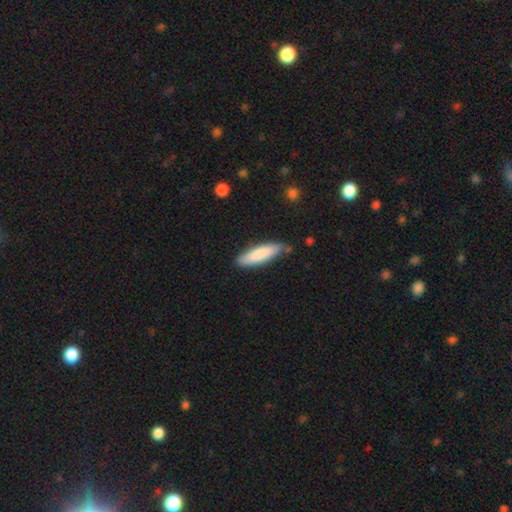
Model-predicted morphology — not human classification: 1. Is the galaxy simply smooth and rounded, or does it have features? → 81% smooth, 13% featured or disk, 6% star or artifact.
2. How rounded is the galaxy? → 68% cigar-shaped, 31% in between, 1% round.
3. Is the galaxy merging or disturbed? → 79% none, 16% minor disturbance, 3% major disturbance, 2% merger.